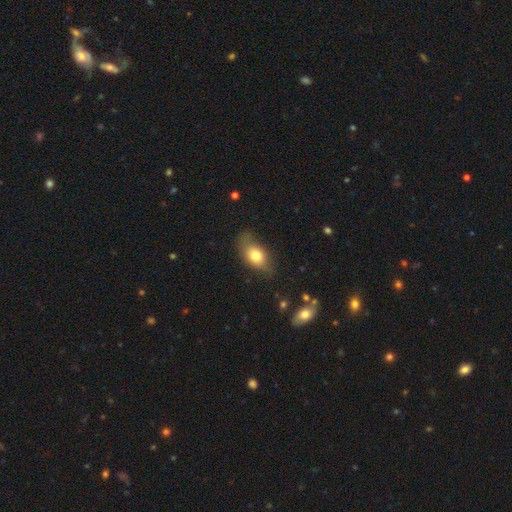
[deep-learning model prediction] smooth 75%, featured or disk 17%, star or artifact 8%. Down the decision tree: how rounded — in between (82%); merging — none (61%).